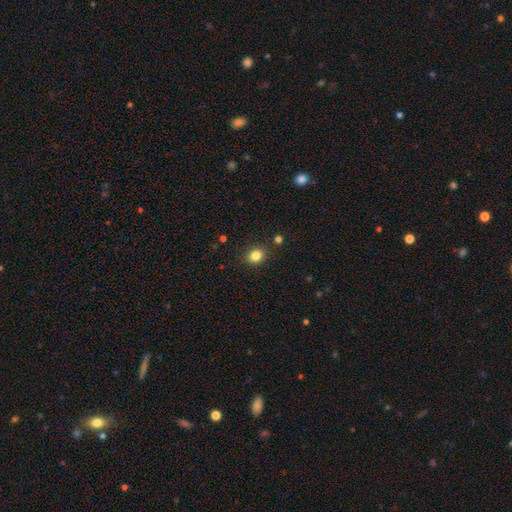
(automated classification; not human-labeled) Morphology: type=smooth (83%); roundness=round (65%); merging=none (88%).